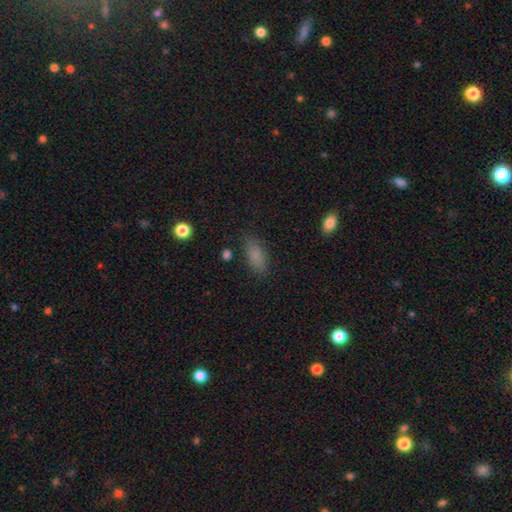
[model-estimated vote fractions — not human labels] smooth 84%, star or artifact 10%, featured or disk 6%. Down the decision tree: how rounded — in between (84%); merging — none (81%).